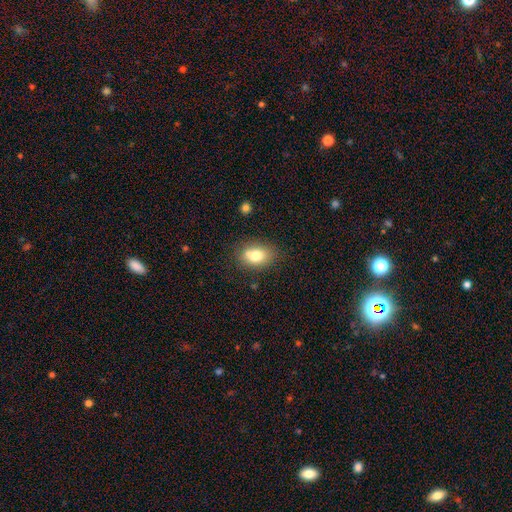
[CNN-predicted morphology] A smooth galaxy with no disk features (75%) that is in between round and cigar-shaped (77%).

Vote fractions:
- Smooth or featured? smooth: 75% / featured or disk: 15% / star or artifact: 10%
- How rounded? in between: 77% / round: 22% / cigar-shaped: 2%
- Merging? none: 67% / minor disturbance: 17% / merger: 12% / major disturbance: 4%